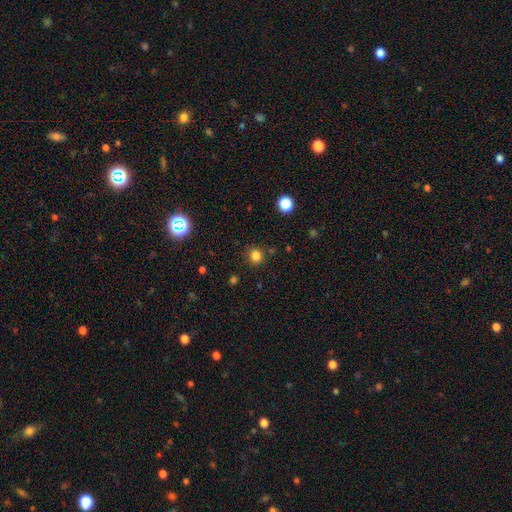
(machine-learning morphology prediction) A smooth galaxy with no disk features (81%) that is round (82%). Merging: none (84%).